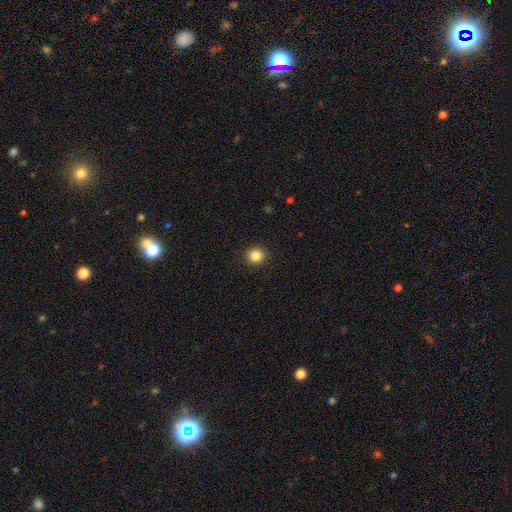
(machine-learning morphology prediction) Smooth or featured?
  - smooth: 85% *
  - star or artifact: 11%
  - featured or disk: 4%
How rounded?
  - round: 92% *
  - in between: 7%
  - cigar-shaped: 1%
Merging?
  - none: 92% *
  - minor disturbance: 5%
  - major disturbance: 2%
  - merger: 1%